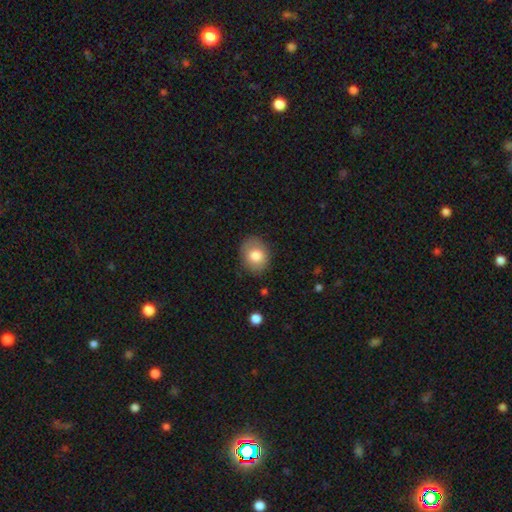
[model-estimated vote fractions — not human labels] Smooth or featured?
  - smooth: 79% *
  - featured or disk: 13%
  - star or artifact: 8%
How rounded?
  - round: 51% *
  - in between: 48%
  - cigar-shaped: 1%
Merging?
  - none: 83% *
  - minor disturbance: 13%
  - major disturbance: 3%
  - merger: 1%